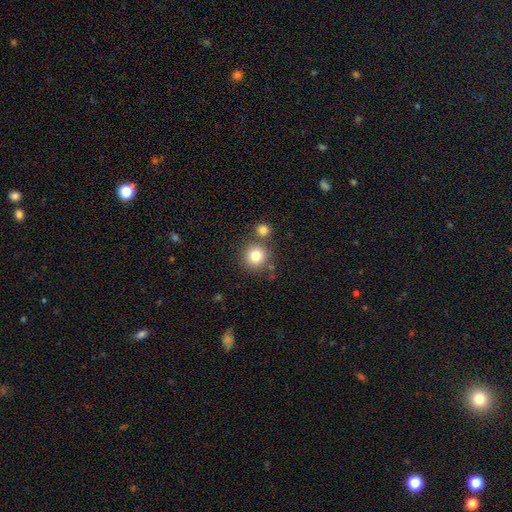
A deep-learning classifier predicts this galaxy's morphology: Smooth or featured: smooth — 81% (star or artifact — 11%)
How rounded: round — 92% (in between — 7%)
Merging: none — 72% (merger — 16%)